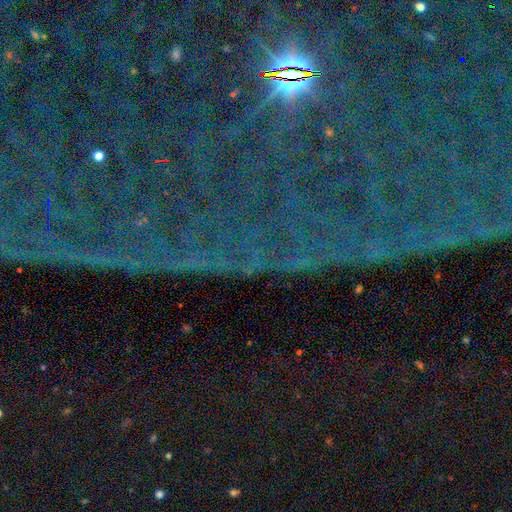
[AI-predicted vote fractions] A star or artifact, not a galaxy (84%).

Vote fractions:
- Smooth or featured? star or artifact: 84% / featured or disk: 9% / smooth: 7%